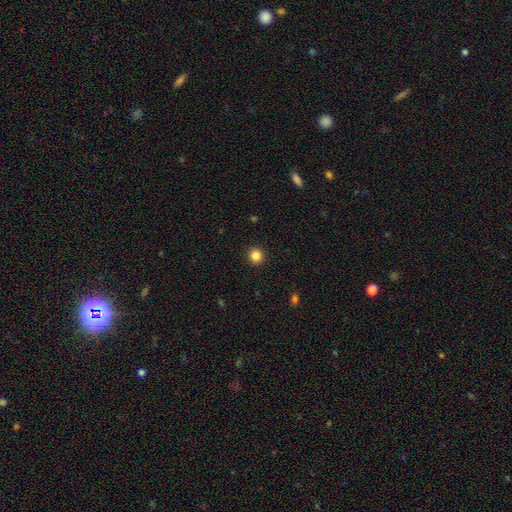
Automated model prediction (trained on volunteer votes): smooth-or-featured: smooth: 85% | star or artifact: 11% | featured or disk: 4%
  how-rounded: round: 93% | in between: 6% | cigar-shaped: 1%
  merging: none: 93% | minor disturbance: 5% | major disturbance: 2% | merger: 1%